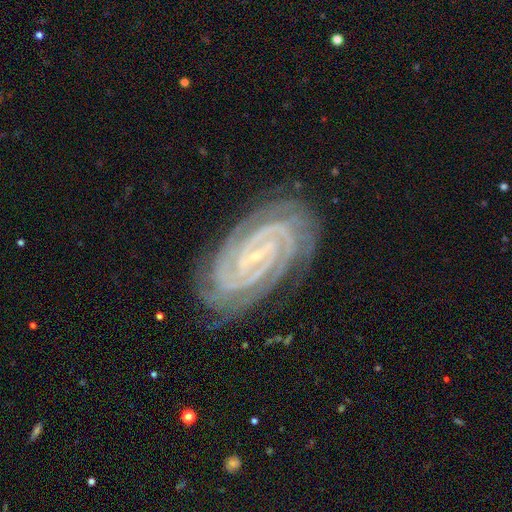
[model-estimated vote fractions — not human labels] Morphology: type=featured or disk (92%); edge-on=no (97%); bar=strong (36%); spiral arms=yes (99%); winding=tight (87%); arm count=2 (42%); bulge=small (88%); merging=none (83%).